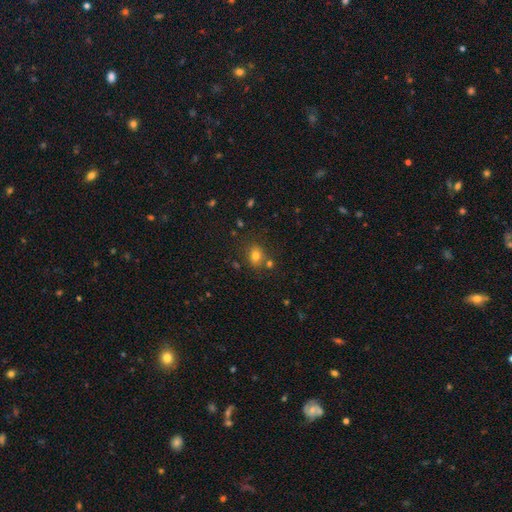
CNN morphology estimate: This appears to be a smooth galaxy with no disk features (75%) that is in between round and cigar-shaped (50%). Merging: none (70%).